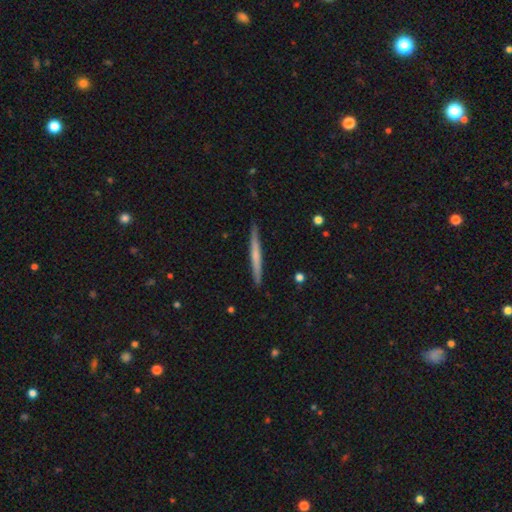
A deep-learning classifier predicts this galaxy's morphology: smooth-or-featured: smooth: 51% | featured or disk: 44% | star or artifact: 5%
  how-rounded: cigar-shaped: 97% | in between: 2% | round: 1%
  merging: none: 91% | minor disturbance: 7% | major disturbance: 1% | merger: 1%